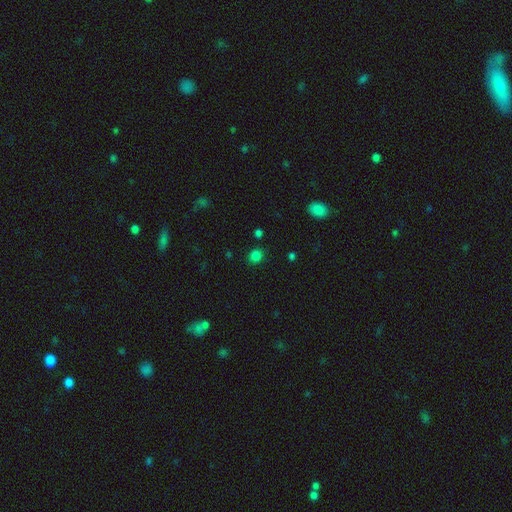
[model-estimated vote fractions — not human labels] Smooth or featured? smooth (80%)
How rounded? round (63%)
Merging? none (84%)